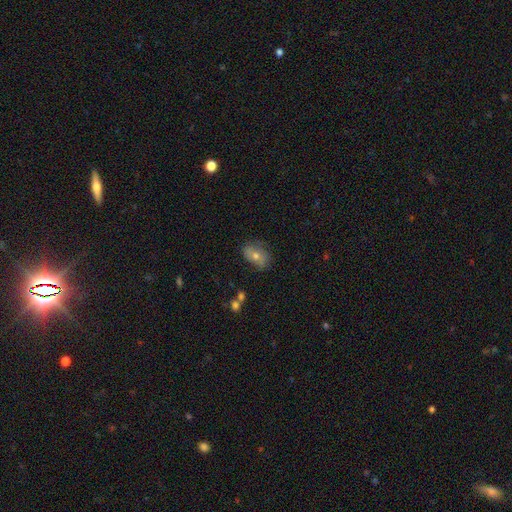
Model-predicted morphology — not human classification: The model was most divided on "smooth or featured": smooth: 51%, featured or disk: 34%, star or artifact: 15%. More confident: how rounded — in between (78%); merging — none (73%).